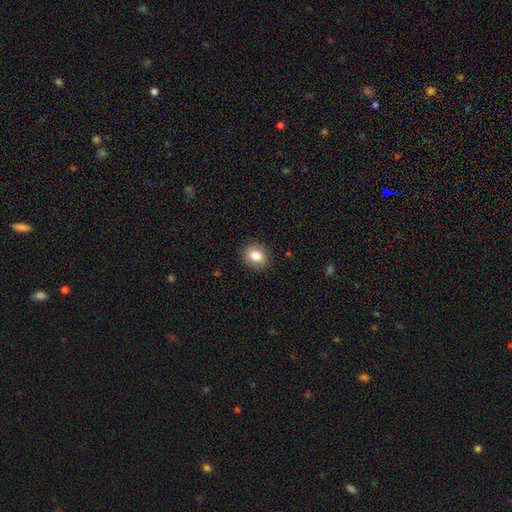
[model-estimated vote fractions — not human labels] smooth-or-featured: smooth: 82% | featured or disk: 9% | star or artifact: 9%
  how-rounded: round: 58% | in between: 41% | cigar-shaped: 1%
  merging: none: 88% | minor disturbance: 8% | major disturbance: 2% | merger: 1%